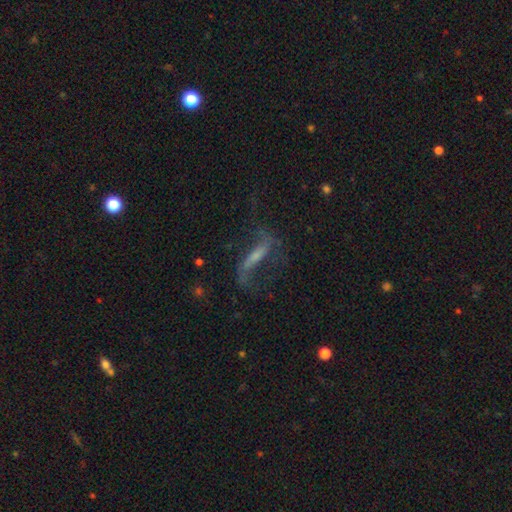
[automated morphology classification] This is likely a featured or disk galaxy (69%). It is likely not viewed edge-on (74%). Bar: possibly strong (51%). Spiral arm pattern: clearly yes (84%). Central bulge: marginally small (41%). Merging: possibly none (53%).